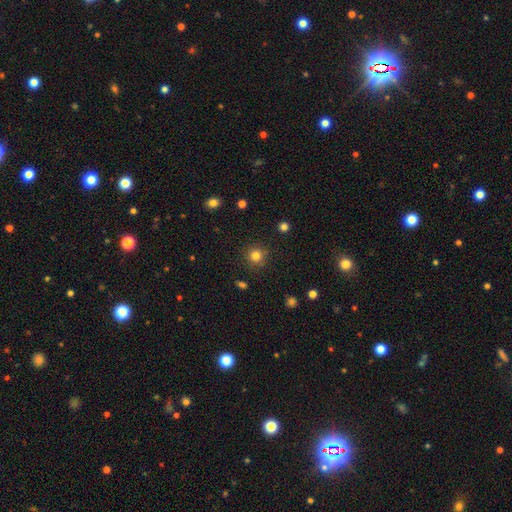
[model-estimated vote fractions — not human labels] smooth-or-featured: smooth: 81% | star or artifact: 13% | featured or disk: 6%
  how-rounded: round: 94% | in between: 5% | cigar-shaped: 1%
  merging: none: 89% | minor disturbance: 7% | major disturbance: 2% | merger: 1%